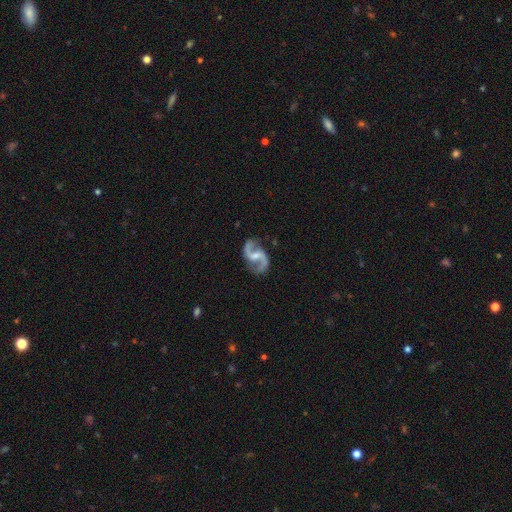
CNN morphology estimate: Smooth or featured: featured or disk — 93% (star or artifact — 4%)
Edge-on disk: no — 98% (yes — 2%)
Bar: weak — 51% (no — 29%)
Spiral arms: yes — 98% (no — 2%)
Spiral winding: loose — 50% (medium — 43%)
Spiral arm count: 2 — 94% (can't tell — 1%)
Bulge size: small — 41% (moderate — 36%)
Merging: none — 82% (minor disturbance — 12%)